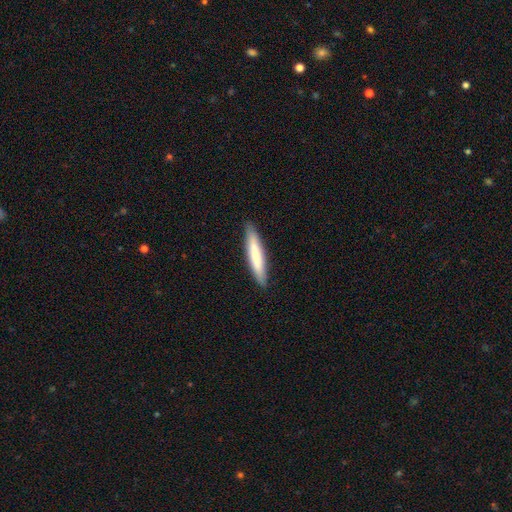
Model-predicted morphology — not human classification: Smooth or featured?
  - smooth: 75% *
  - featured or disk: 20%
  - star or artifact: 5%
How rounded?
  - cigar-shaped: 91% *
  - in between: 8%
  - round: 1%
Merging?
  - none: 89% *
  - minor disturbance: 8%
  - major disturbance: 1%
  - merger: 1%